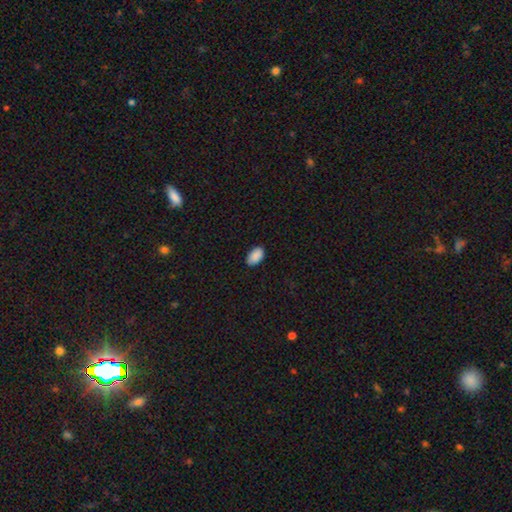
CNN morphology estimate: This is clearly a smooth galaxy (90%). How rounded: clearly in between (94%). Merging: clearly none (86%).